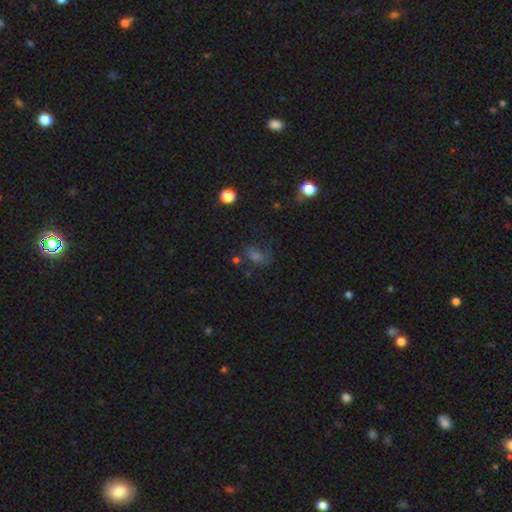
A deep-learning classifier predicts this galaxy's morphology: Overall: smooth (39%; star or artifact 36%). Merging: none (50%; major disturbance 23%).